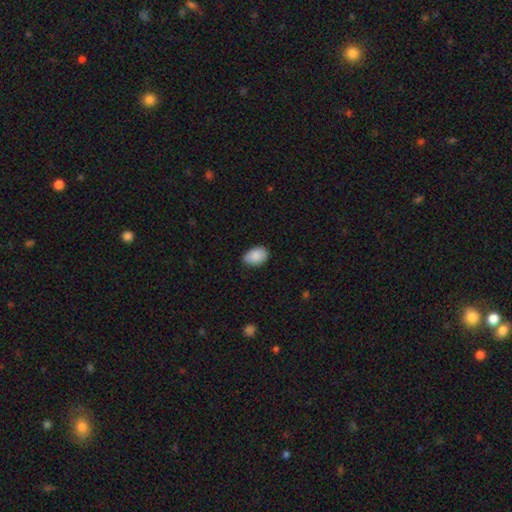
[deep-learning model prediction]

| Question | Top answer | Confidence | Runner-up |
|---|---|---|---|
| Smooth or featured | smooth | 88% | star or artifact (7%) |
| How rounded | in between | 87% | round (11%) |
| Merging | none | 80% | minor disturbance (17%) |